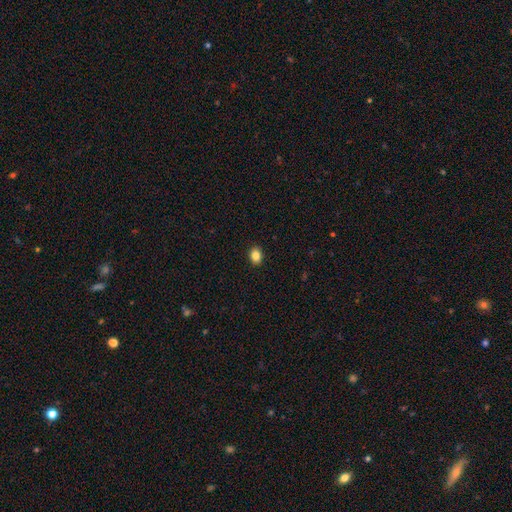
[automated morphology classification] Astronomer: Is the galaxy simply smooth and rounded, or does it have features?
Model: smooth — 86%.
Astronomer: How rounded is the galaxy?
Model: in between — 64%.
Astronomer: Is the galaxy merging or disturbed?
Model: none — 91%.